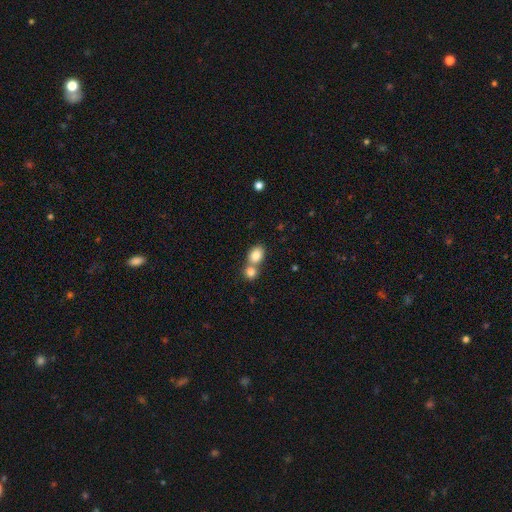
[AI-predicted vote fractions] The model was most divided on "merging": merger: 53%, none: 38%, minor disturbance: 7%, major disturbance: 3%. More confident: smooth or featured — smooth (83%); how rounded — in between (59%).